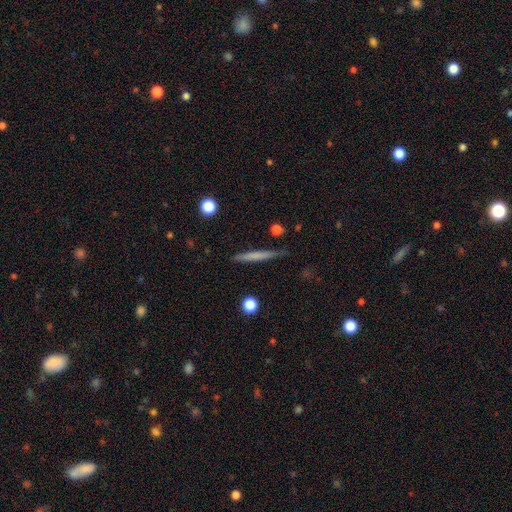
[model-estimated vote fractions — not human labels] Smooth or featured: smooth — 62% (featured or disk — 32%)
How rounded: cigar-shaped — 96% (in between — 3%)
Merging: none — 85% (minor disturbance — 11%)